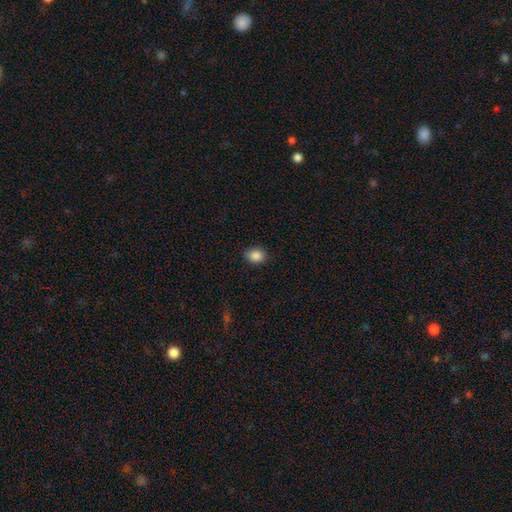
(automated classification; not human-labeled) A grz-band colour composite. It shows a smooth galaxy with no disk features (87%) that is in between round and cigar-shaped (55%). Merging: none (87%).